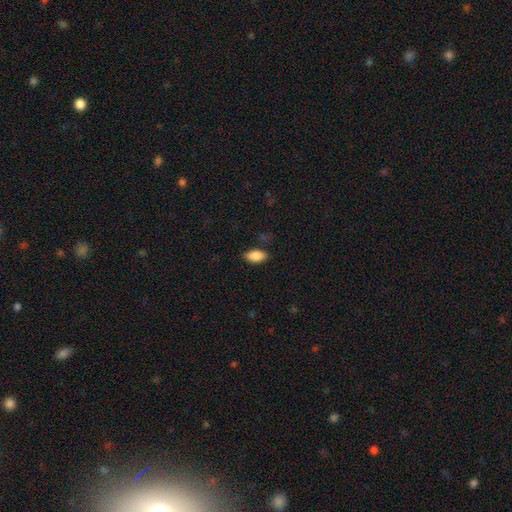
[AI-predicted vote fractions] Smooth or featured?
  - smooth: 87% *
  - star or artifact: 7%
  - featured or disk: 6%
How rounded?
  - in between: 92% *
  - cigar-shaped: 5%
  - round: 3%
Merging?
  - none: 84% *
  - minor disturbance: 12%
  - major disturbance: 3%
  - merger: 1%